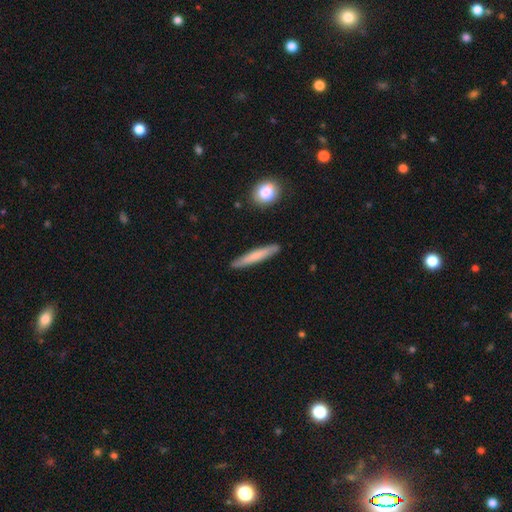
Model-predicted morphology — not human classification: type=smooth (68%); roundness=cigar-shaped (94%); merging=none (88%).